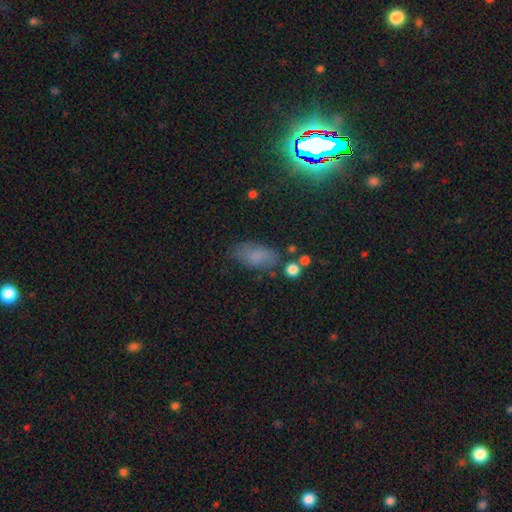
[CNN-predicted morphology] Smooth or featured? smooth (67%)
How rounded? in between (89%)
Merging? none (69%)